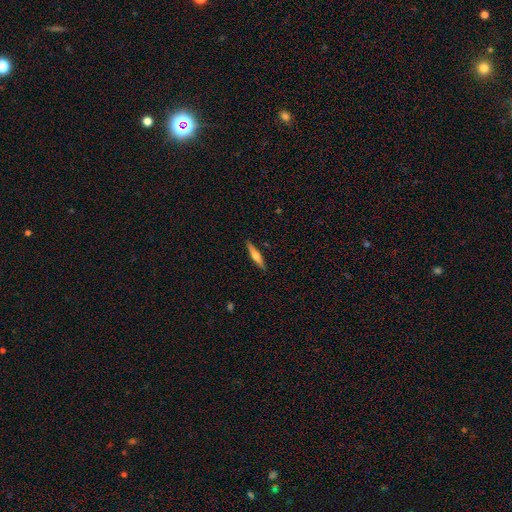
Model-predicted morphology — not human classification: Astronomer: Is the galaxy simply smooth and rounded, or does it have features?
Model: featured or disk — 49% (runner-up: smooth, 45%).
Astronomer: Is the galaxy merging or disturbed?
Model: none — 90%.